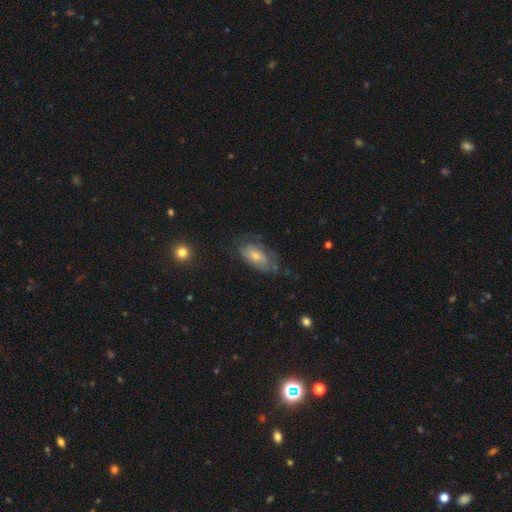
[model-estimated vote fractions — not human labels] Overall: featured or disk (47%; smooth 45%). Merging: none (52%; minor disturbance 29%).